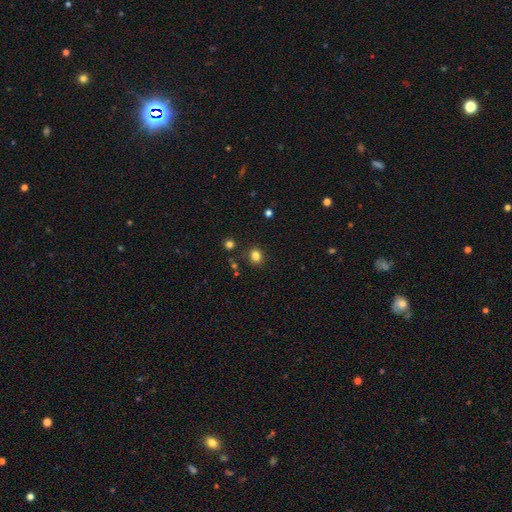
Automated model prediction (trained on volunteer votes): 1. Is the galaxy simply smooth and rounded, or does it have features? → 82% smooth, 13% star or artifact, 5% featured or disk.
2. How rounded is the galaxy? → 63% round, 36% in between, 1% cigar-shaped.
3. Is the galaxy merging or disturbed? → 86% none, 9% minor disturbance, 3% merger, 3% major disturbance.